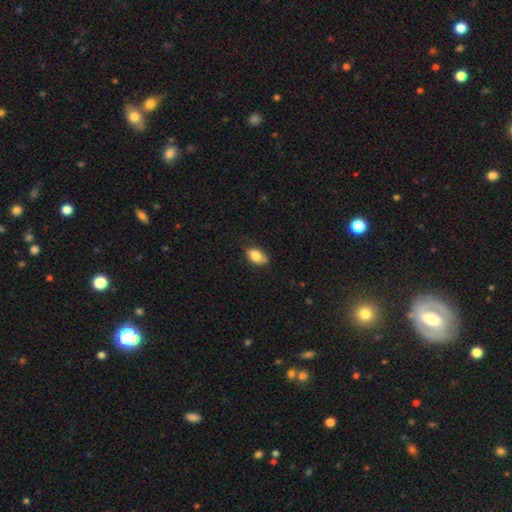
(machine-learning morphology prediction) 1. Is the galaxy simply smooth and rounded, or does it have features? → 81% smooth, 11% featured or disk, 8% star or artifact.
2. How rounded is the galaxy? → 88% in between, 11% round, 2% cigar-shaped.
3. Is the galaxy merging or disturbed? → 63% none, 29% minor disturbance, 6% major disturbance, 2% merger.